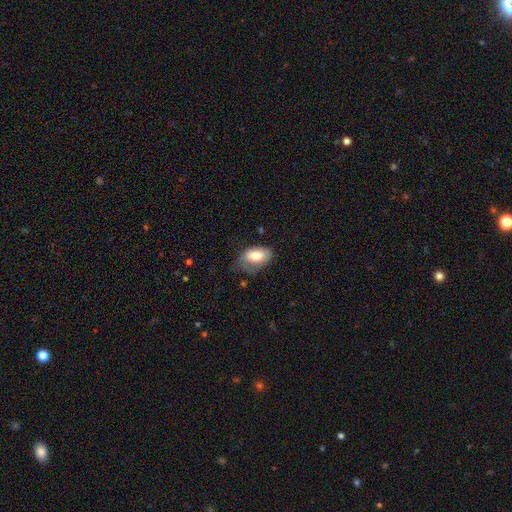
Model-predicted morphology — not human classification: Q: Smooth or featured?
A: smooth (77%); runner-up: featured or disk (16%)
Q: How rounded?
A: in between (91%); runner-up: round (7%)
Q: Merging?
A: none (43%); runner-up: minor disturbance (38%)